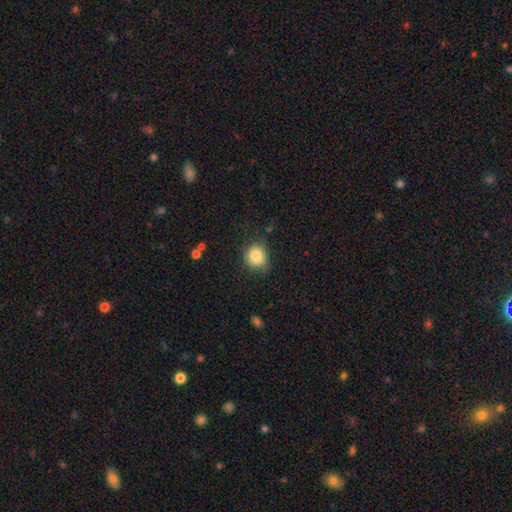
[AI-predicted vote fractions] Q: Smooth or featured?
A: smooth (84%); runner-up: star or artifact (9%)
Q: How rounded?
A: round (78%); runner-up: in between (21%)
Q: Merging?
A: none (70%); runner-up: minor disturbance (22%)